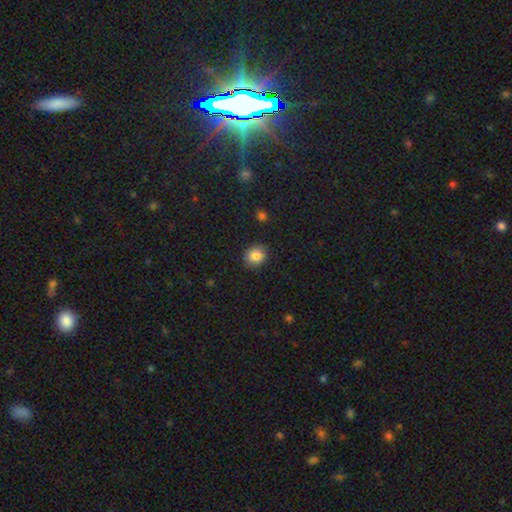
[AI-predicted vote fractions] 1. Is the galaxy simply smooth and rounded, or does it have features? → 86% smooth, 10% star or artifact, 5% featured or disk.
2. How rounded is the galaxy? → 73% round, 27% in between, 1% cigar-shaped.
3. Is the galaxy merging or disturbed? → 85% none, 11% minor disturbance, 3% major disturbance, 1% merger.